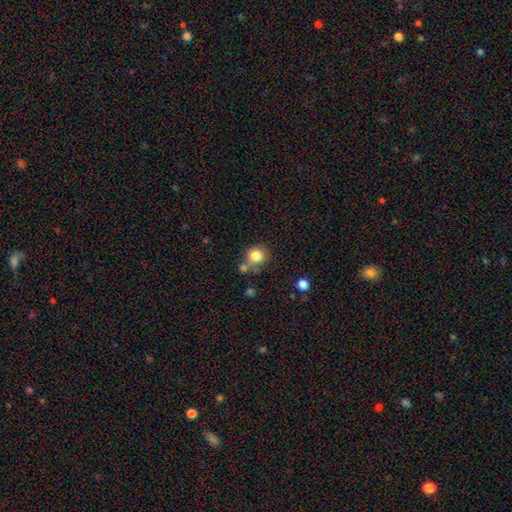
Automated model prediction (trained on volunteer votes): The model was most divided on "merging": none: 58%, merger: 23%, minor disturbance: 14%, major disturbance: 5%. More confident: how rounded — round (87%); smooth or featured — smooth (81%).